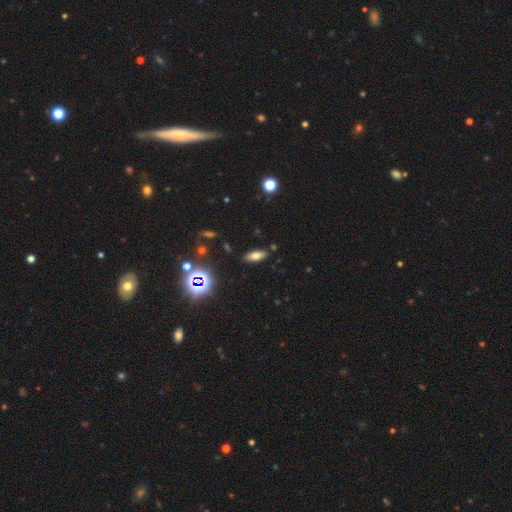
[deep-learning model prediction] A smooth galaxy with no disk features (67%) that is in between round and cigar-shaped (78%). Merging: none (85%).